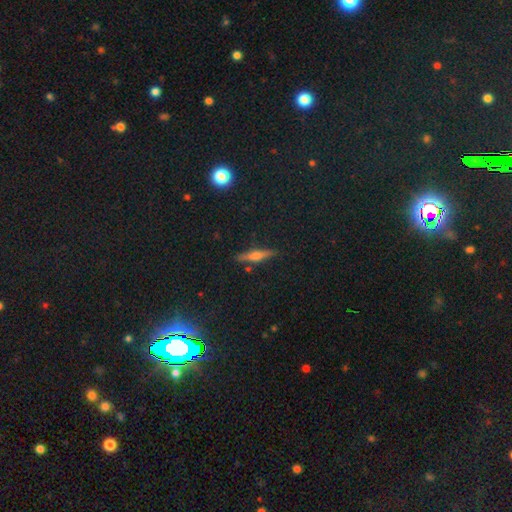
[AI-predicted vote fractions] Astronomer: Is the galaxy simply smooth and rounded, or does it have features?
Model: featured or disk — 57% (runner-up: smooth, 33%).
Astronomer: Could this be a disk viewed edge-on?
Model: yes — 95%.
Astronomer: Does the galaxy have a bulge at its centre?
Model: rounded — 86%.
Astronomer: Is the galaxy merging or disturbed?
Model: none — 88%.